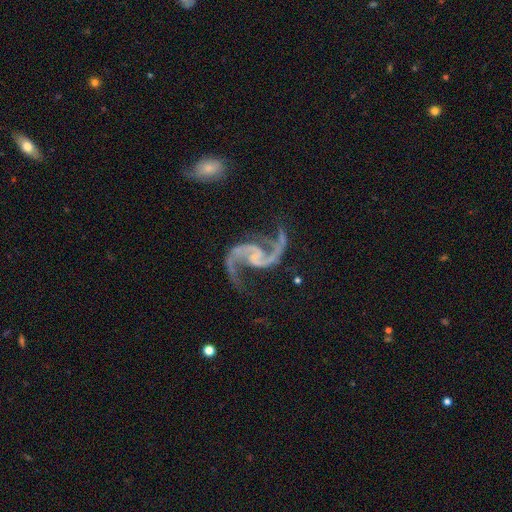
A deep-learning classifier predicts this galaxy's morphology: Q: Smooth or featured?
A: featured or disk (94%); runner-up: star or artifact (4%)
Q: Edge-on disk?
A: no (98%); runner-up: yes (2%)
Q: Bar?
A: no (47%); runner-up: weak (39%)
Q: Spiral arms?
A: yes (98%); runner-up: no (2%)
Q: Spiral winding?
A: loose (53%); runner-up: medium (41%)
Q: Spiral arm count?
A: 2 (94%); runner-up: 3 (1%)
Q: Bulge size?
A: small (56%); runner-up: none (30%)
Q: Merging?
A: none (65%); runner-up: minor disturbance (17%)